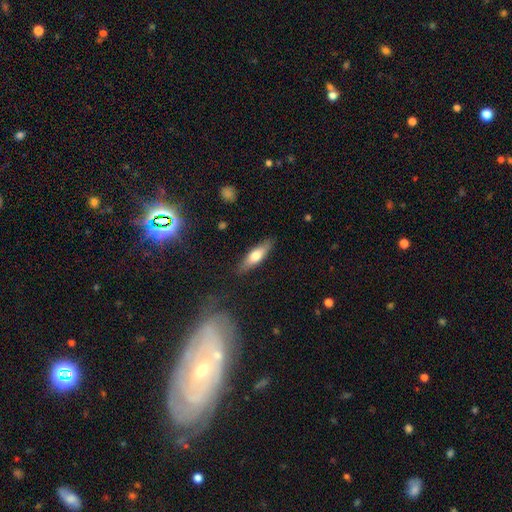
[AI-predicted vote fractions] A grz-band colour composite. It shows a smooth galaxy with no disk features (63%) that is cigar-shaped (54%). Merging: none (86%).